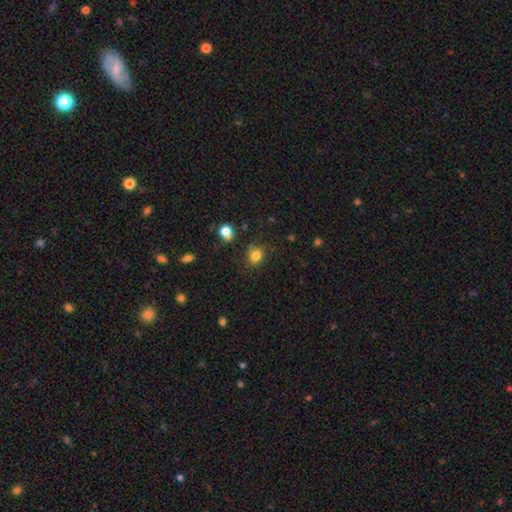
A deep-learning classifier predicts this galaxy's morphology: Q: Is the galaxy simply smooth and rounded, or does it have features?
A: smooth — 82%.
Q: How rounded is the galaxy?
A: round — 58%.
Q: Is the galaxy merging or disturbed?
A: none — 76%.